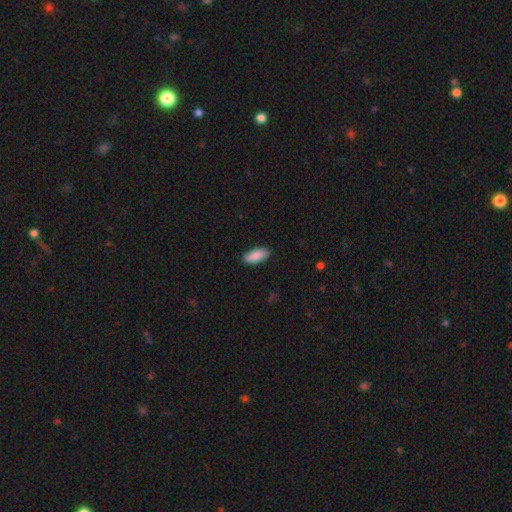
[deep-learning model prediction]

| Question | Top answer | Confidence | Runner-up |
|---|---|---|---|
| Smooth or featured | smooth | 90% | star or artifact (6%) |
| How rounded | in between | 86% | cigar-shaped (12%) |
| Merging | none | 89% | minor disturbance (8%) |